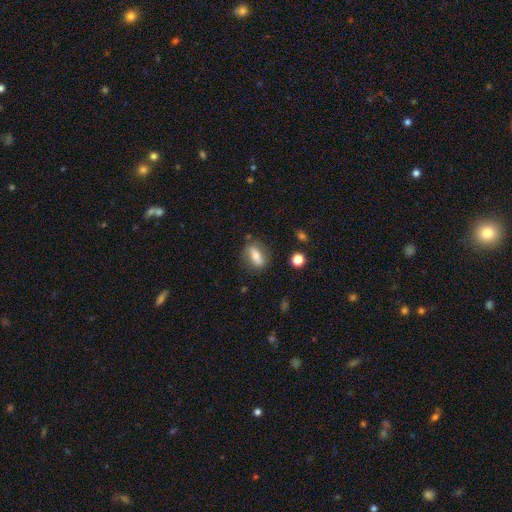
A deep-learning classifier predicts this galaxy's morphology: Smooth or featured: smooth — 66% (featured or disk — 26%)
How rounded: in between — 72% (cigar-shaped — 20%)
Merging: none — 77% (minor disturbance — 15%)